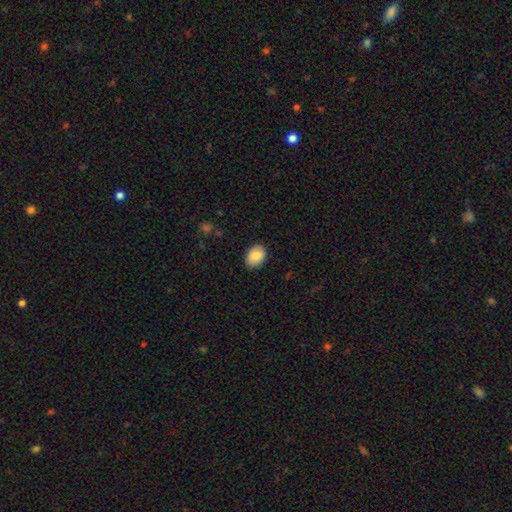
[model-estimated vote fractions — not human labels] smooth 87%, star or artifact 7%, featured or disk 6%. Down the decision tree: how rounded — in between (76%); merging — none (87%).